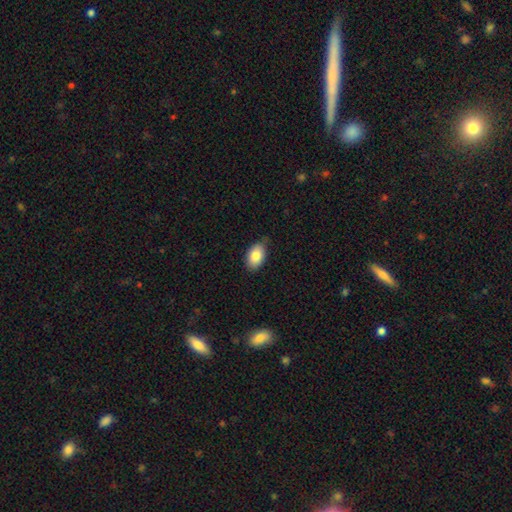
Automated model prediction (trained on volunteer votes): Smooth or featured? Predicted: smooth (p=0.83). How rounded? Predicted: in between (p=0.91). Merging? Predicted: none (p=0.76).